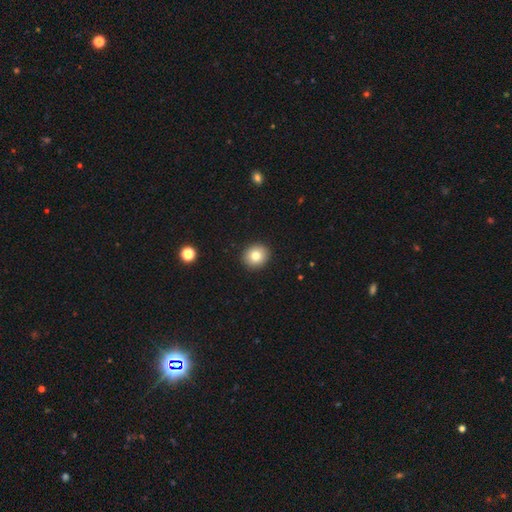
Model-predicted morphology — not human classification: Smooth or featured? Predicted: smooth (p=0.80). How rounded? Predicted: round (p=0.81). Merging? Predicted: none (p=0.92).